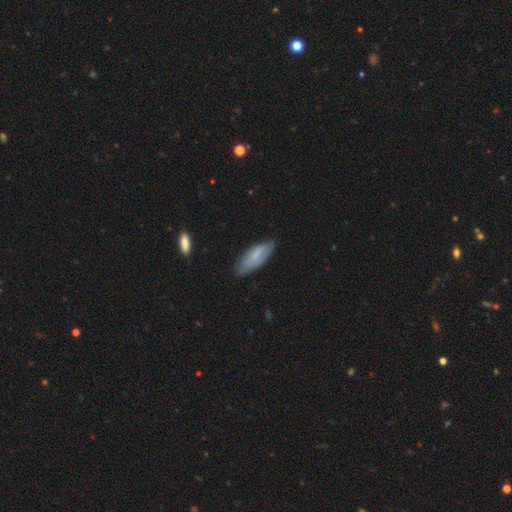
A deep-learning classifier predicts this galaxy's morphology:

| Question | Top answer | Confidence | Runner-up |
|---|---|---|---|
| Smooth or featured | smooth | 70% | featured or disk (23%) |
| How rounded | in between | 68% | cigar-shaped (30%) |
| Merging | none | 70% | minor disturbance (24%) |